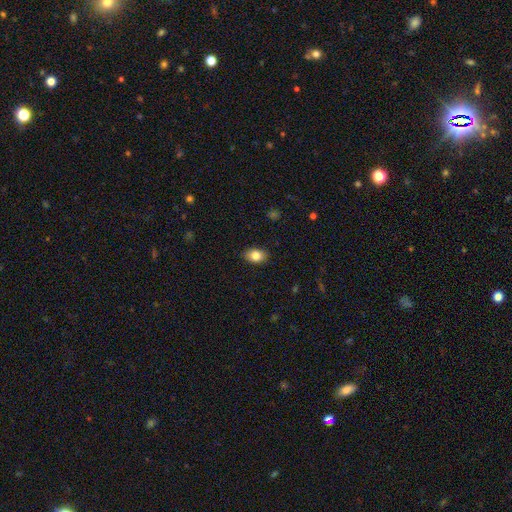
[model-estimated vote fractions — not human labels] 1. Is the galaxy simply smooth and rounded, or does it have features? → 82% smooth, 10% featured or disk, 8% star or artifact.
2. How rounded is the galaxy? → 81% in between, 18% round, 2% cigar-shaped.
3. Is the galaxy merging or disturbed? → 87% none, 10% minor disturbance, 2% major disturbance, 1% merger.